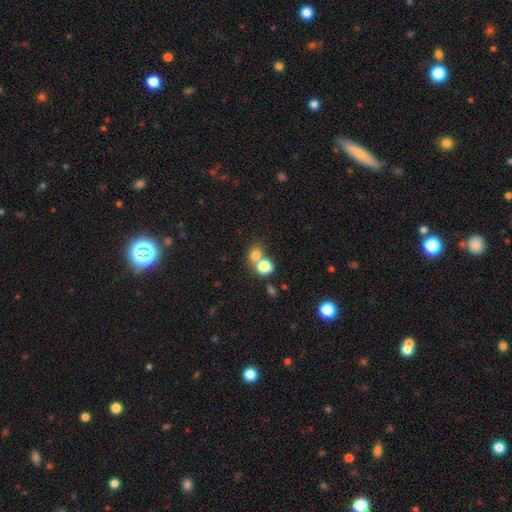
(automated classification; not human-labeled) smooth_or_featured: smooth (p=0.77) [alt: star or artifact p=0.12]
how_rounded: round (p=0.59) [alt: in between p=0.39]
merging: merger (p=0.55) [alt: none p=0.34]